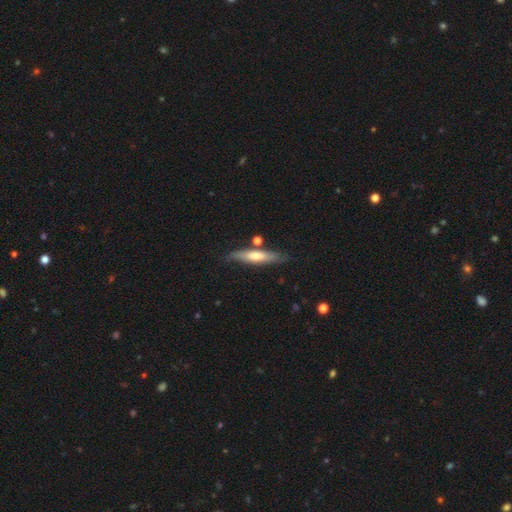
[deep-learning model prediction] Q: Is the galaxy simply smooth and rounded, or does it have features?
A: smooth — 54%.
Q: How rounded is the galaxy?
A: cigar-shaped — 82%.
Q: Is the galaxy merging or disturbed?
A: none — 73%.